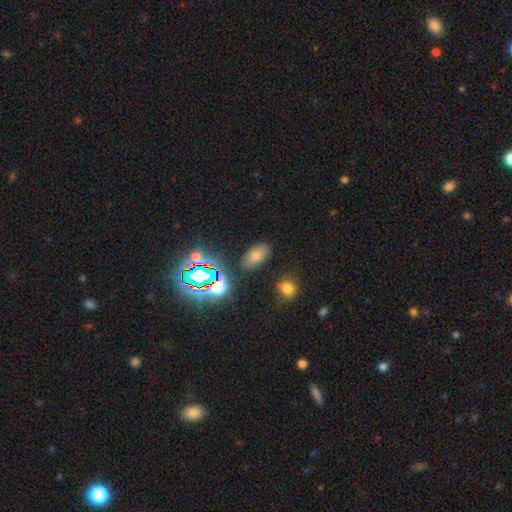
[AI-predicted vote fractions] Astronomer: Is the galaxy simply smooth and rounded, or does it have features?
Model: smooth — 56% (runner-up: star or artifact, 33%).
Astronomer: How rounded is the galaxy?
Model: in between — 88%.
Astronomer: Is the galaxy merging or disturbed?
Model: none — 84%.